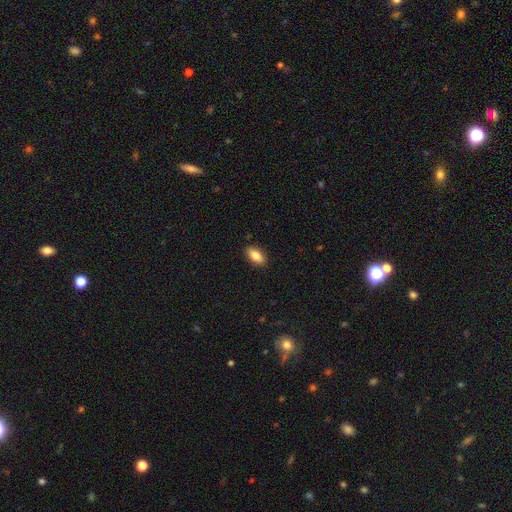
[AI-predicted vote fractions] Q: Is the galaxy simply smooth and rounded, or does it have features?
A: smooth — 83%.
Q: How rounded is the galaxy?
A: in between — 90%.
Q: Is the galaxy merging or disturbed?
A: none — 89%.